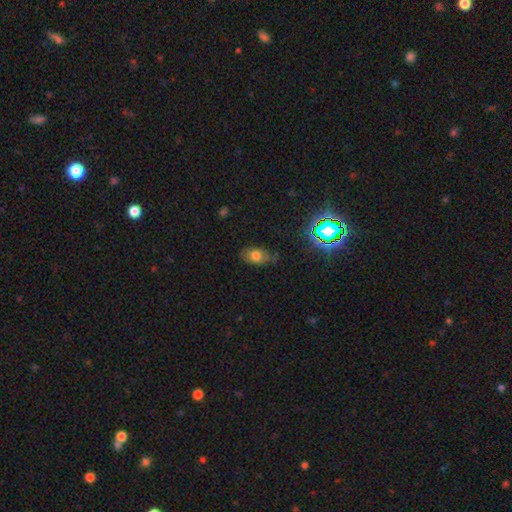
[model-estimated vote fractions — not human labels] smooth-or-featured: smooth: 64% | featured or disk: 19% | star or artifact: 16%
  how-rounded: in between: 85% | round: 13% | cigar-shaped: 2%
  merging: none: 66% | minor disturbance: 25% | major disturbance: 8% | merger: 2%